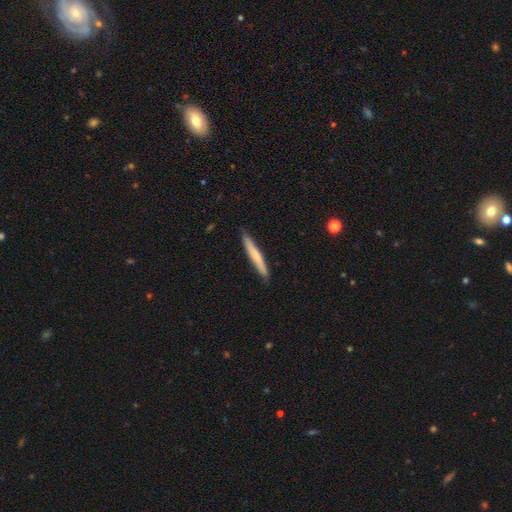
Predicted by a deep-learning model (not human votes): Q: Smooth or featured?
A: smooth (61%); runner-up: featured or disk (33%)
Q: How rounded?
A: cigar-shaped (95%); runner-up: in between (3%)
Q: Merging?
A: none (89%); runner-up: minor disturbance (8%)